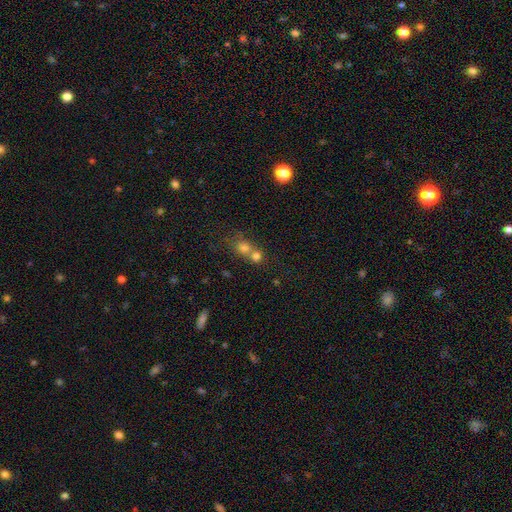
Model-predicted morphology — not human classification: A smooth galaxy with no disk features (73%) that is round (75%). Merging: merger (62%).